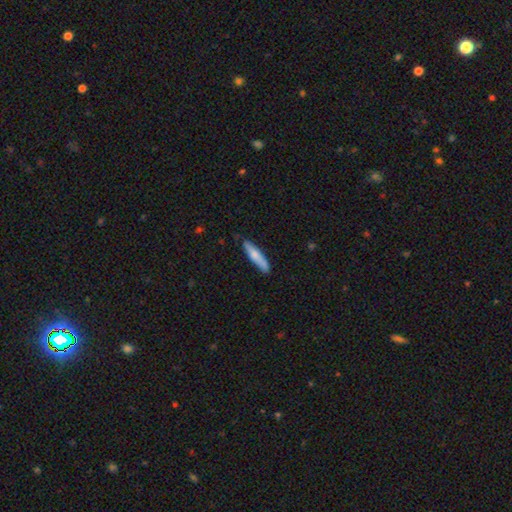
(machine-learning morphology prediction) smooth-or-featured: smooth: 72% | featured or disk: 22% | star or artifact: 5%
  how-rounded: cigar-shaped: 84% | in between: 15% | round: 2%
  merging: none: 83% | minor disturbance: 13% | major disturbance: 2% | merger: 1%